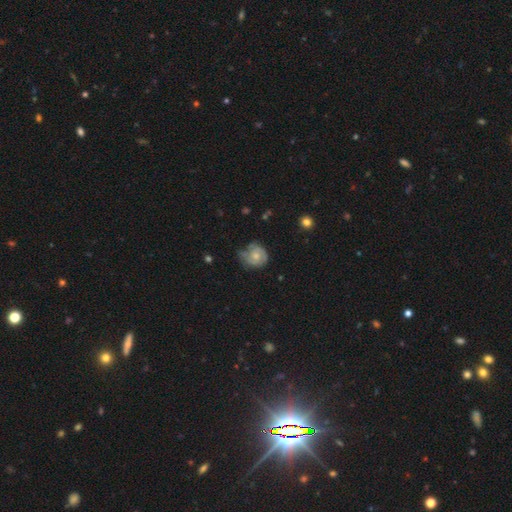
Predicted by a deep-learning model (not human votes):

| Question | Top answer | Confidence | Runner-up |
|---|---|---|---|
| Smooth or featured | featured or disk | 53% | smooth (39%) |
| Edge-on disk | no | 97% | yes (3%) |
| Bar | no | 79% | weak (19%) |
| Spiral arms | yes | 76% | no (24%) |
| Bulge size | moderate | 51% | small (40%) |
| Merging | none | 51% | minor disturbance (33%) |